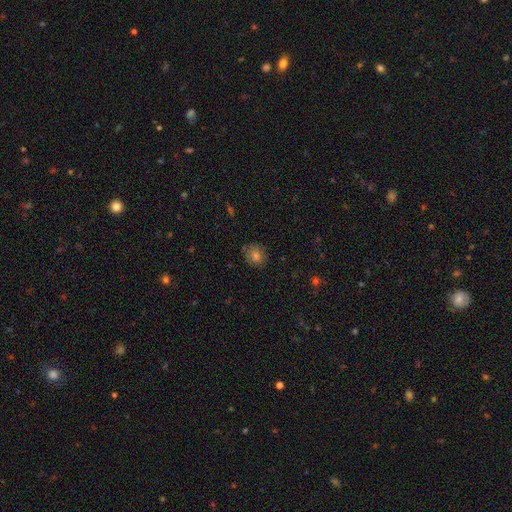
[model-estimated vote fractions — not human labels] A smooth galaxy with no disk features (71%) that is round (84%). Merging: none (82%).